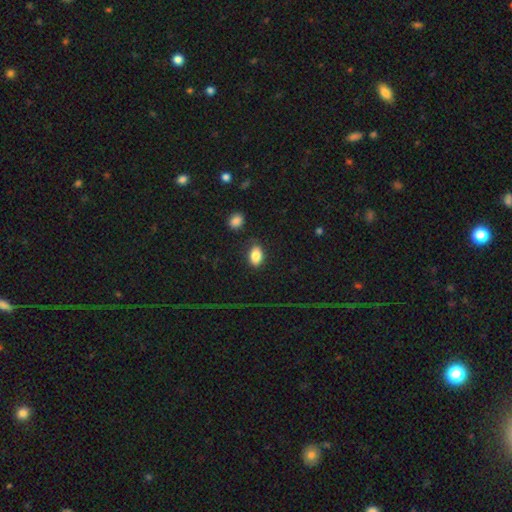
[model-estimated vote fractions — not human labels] smooth_or_featured: smooth (p=0.84) [alt: star or artifact p=0.08]
how_rounded: in between (p=0.87) [alt: round p=0.11]
merging: none (p=0.81) [alt: minor disturbance p=0.13]